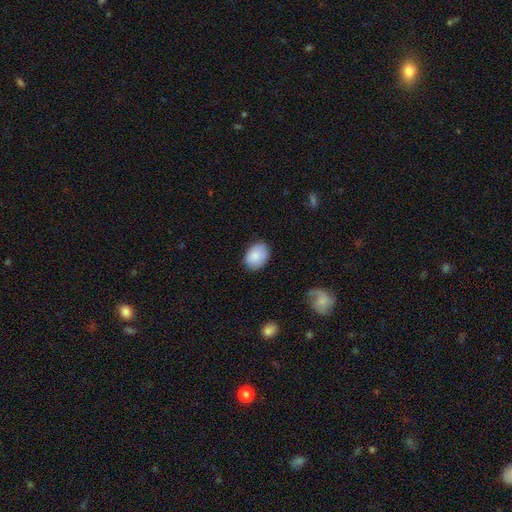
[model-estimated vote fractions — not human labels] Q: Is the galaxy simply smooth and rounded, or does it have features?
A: smooth — 86%.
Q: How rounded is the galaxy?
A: in between — 67%.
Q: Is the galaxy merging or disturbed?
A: none — 82%.